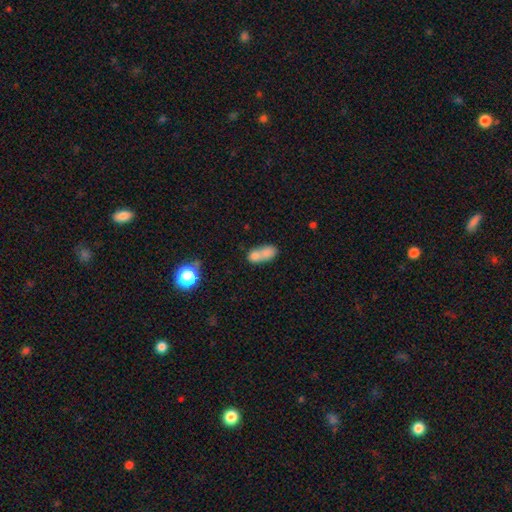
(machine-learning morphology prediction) This appears to be a smooth galaxy with no disk features (73%) that is in between round and cigar-shaped (73%). Merging: merger (65%).